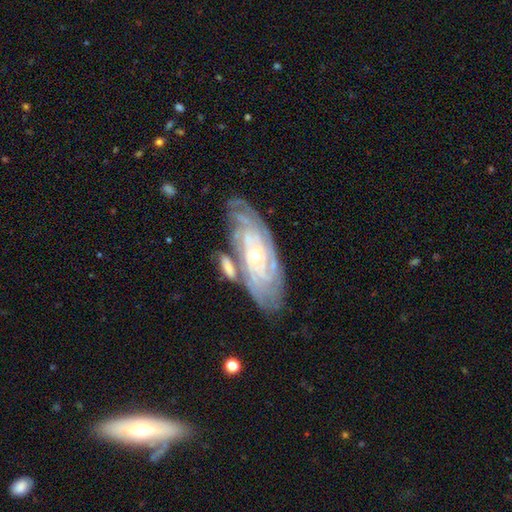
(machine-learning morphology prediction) Smooth or featured?
  - featured or disk: 88% *
  - smooth: 6%
  - star or artifact: 6%
Edge-on disk?
  - no: 93% *
  - yes: 7%
Bar?
  - no: 75% *
  - weak: 18%
  - strong: 7%
Spiral arms?
  - yes: 97% *
  - no: 3%
Spiral winding?
  - tight: 83% *
  - medium: 14%
  - loose: 3%
Spiral arm count?
  - can't tell: 31% *
  - 4: 24%
  - more than 4: 16%
  - 3: 13%
  - 2: 9%
  - 1: 6%
Bulge size?
  - small: 77% *
  - moderate: 20%
  - large: 1%
  - none: 1%
  - dominant: 1%
Merging?
  - none: 68% *
  - minor disturbance: 16%
  - merger: 11%
  - major disturbance: 5%